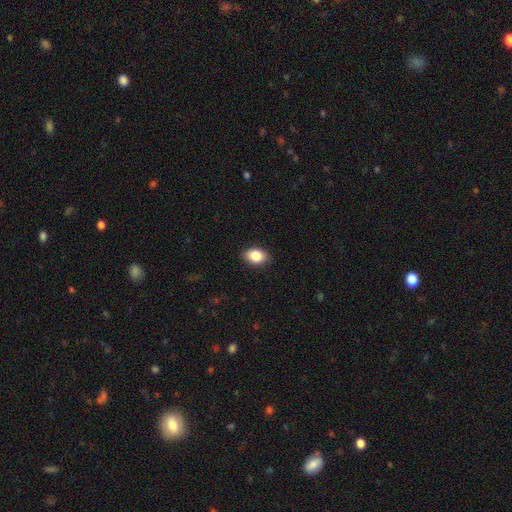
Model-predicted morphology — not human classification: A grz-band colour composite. It shows a smooth galaxy with no disk features (85%) that is in between round and cigar-shaped (80%). Merging: none (86%).